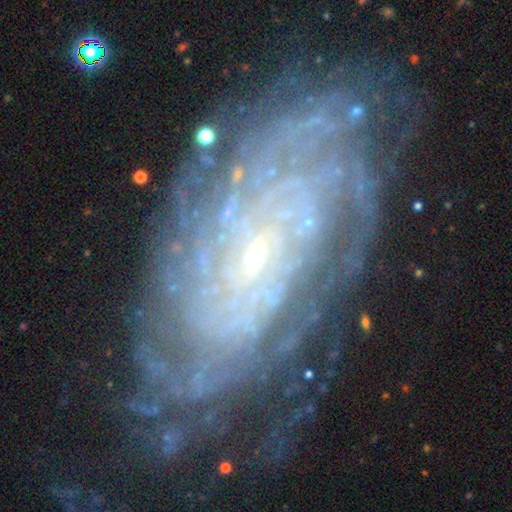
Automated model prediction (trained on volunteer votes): The model was most divided on "spiral arm count": can't tell: 36%, more than 4: 27%, 4: 14%, 2: 9%, 3: 8%, 1: 6%. More confident: spiral arms — yes (96%); edge-on disk — no (95%); smooth or featured — featured or disk (87%); spiral winding — tight (79%); bulge size — small (78%); merging — none (72%); bar — no (60%).